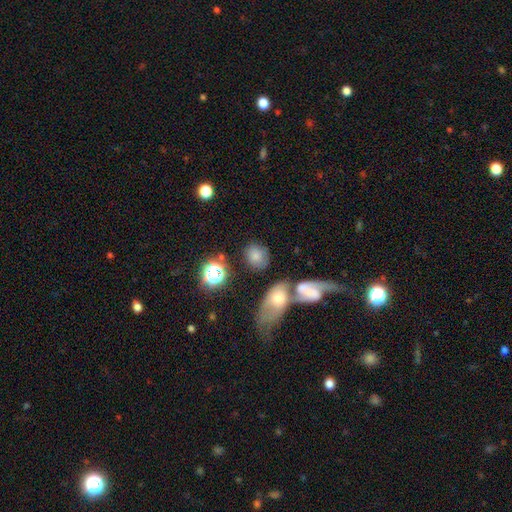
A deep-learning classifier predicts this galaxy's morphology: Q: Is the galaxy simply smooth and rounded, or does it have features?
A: smooth — 74%.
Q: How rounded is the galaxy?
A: round — 60%.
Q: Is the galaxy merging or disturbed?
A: none — 66%.